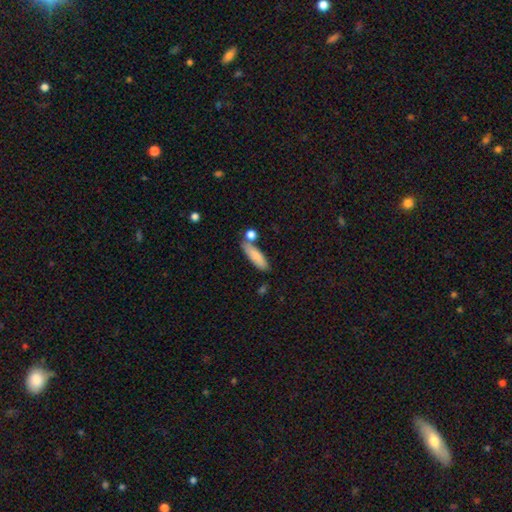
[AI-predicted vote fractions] smooth-or-featured: smooth: 82% | featured or disk: 11% | star or artifact: 6%
  how-rounded: cigar-shaped: 57% | in between: 40% | round: 3%
  merging: none: 67% | minor disturbance: 15% | merger: 14% | major disturbance: 4%